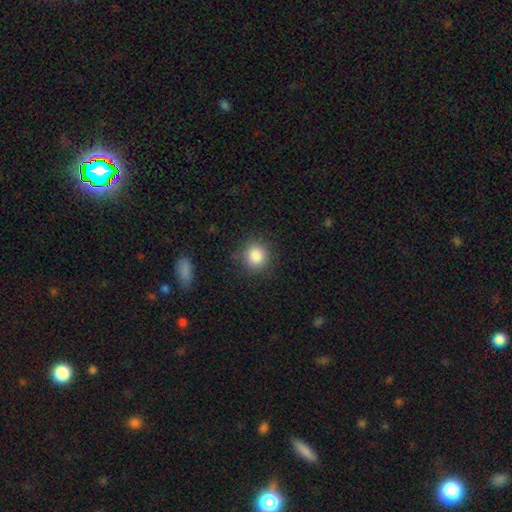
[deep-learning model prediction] smooth-or-featured: smooth: 86% | star or artifact: 10% | featured or disk: 5%
  how-rounded: round: 90% | in between: 9% | cigar-shaped: 1%
  merging: none: 86% | minor disturbance: 10% | major disturbance: 3% | merger: 1%